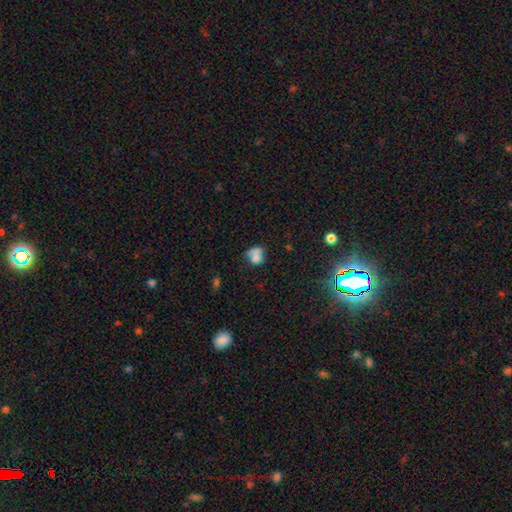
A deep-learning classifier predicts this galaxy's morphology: This is likely a smooth galaxy (66%). How rounded: possibly in between (52%). Merging: marginally merger (45%).